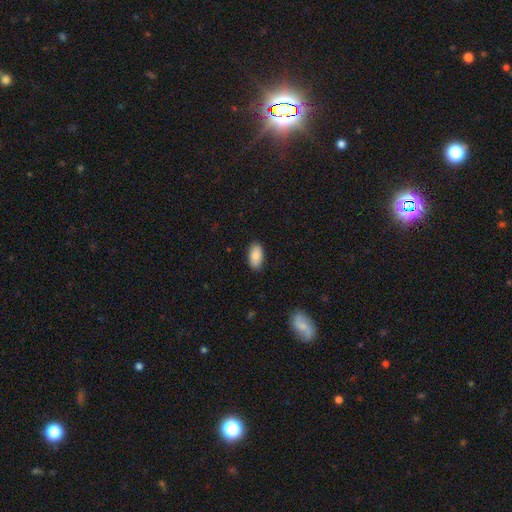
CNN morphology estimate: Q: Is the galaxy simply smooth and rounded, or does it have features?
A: smooth — 88%.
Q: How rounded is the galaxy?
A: in between — 95%.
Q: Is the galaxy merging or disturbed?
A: none — 88%.